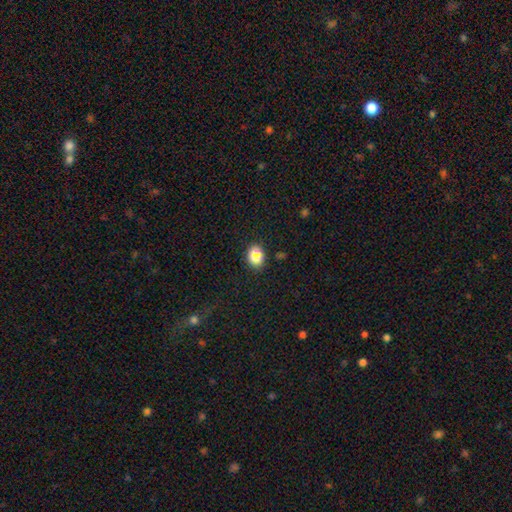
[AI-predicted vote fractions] The model was most divided on "how rounded": in between: 56%, round: 43%, cigar-shaped: 1%. More confident: smooth or featured — smooth (86%); merging — none (84%).